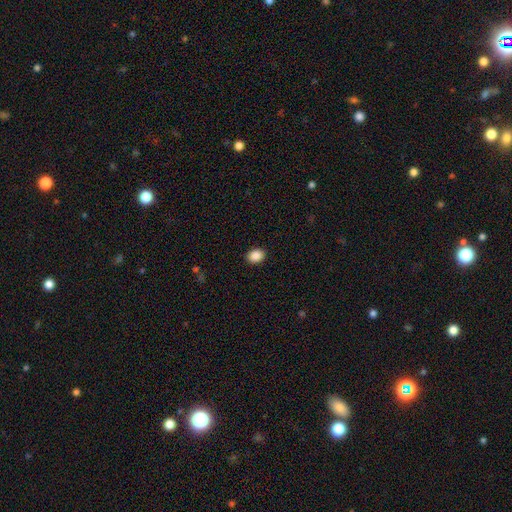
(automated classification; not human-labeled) Smooth or featured? smooth (89%)
How rounded? in between (59%)
Merging? none (90%)